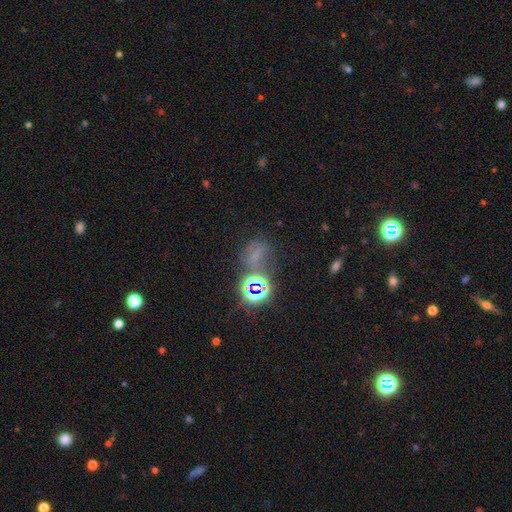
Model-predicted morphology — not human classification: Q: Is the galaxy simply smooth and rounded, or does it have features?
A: star or artifact — 53%.